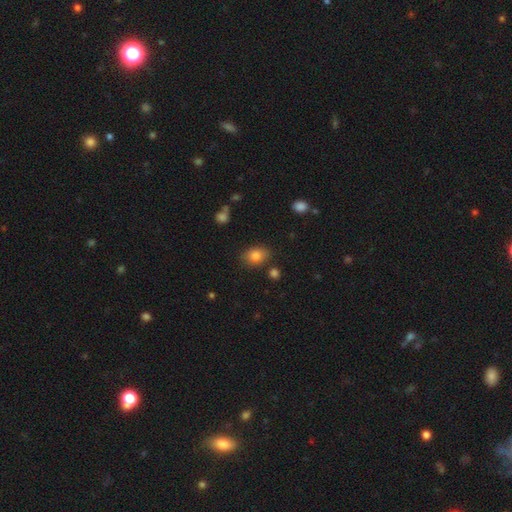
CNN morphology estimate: Overall: smooth (83%). How rounded: in between (69%; round 30%). Merging: none (78%).